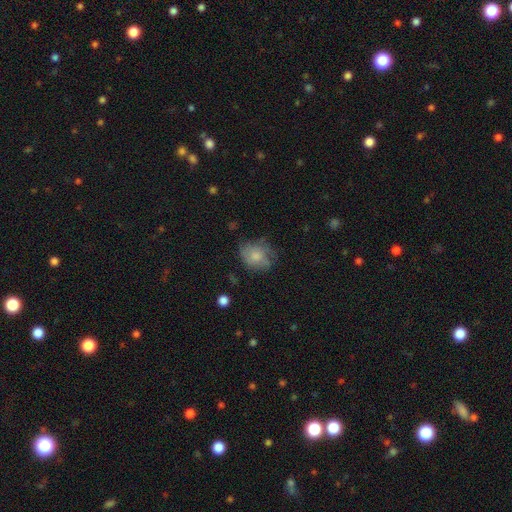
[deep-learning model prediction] smooth_or_featured: smooth (p=0.67) [alt: featured or disk p=0.24]
how_rounded: round (p=0.52) [alt: in between p=0.47]
merging: none (p=0.53) [alt: minor disturbance p=0.30]